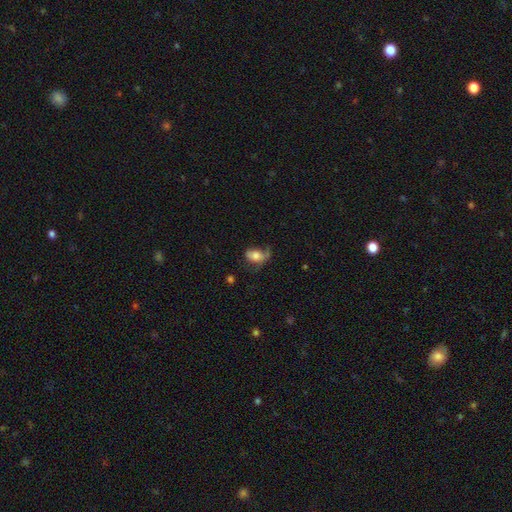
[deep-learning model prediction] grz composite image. It shows a smooth galaxy with no disk features (66%) that is in between round and cigar-shaped (82%). Merging: none (33%).